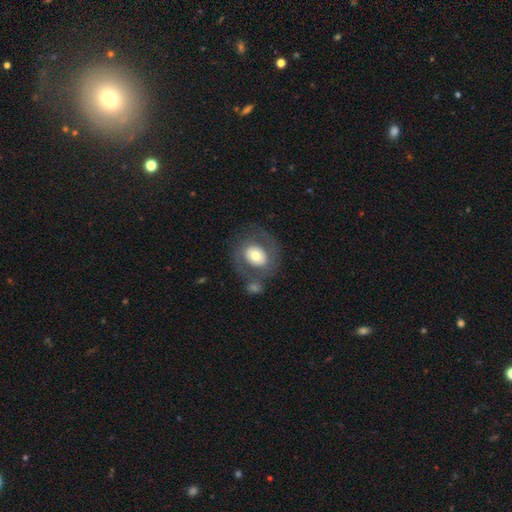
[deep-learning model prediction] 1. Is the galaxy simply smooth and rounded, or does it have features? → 52% smooth, 41% featured or disk, 7% star or artifact.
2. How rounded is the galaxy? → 58% round, 40% in between, 1% cigar-shaped.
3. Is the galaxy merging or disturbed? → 62% none, 14% minor disturbance, 13% major disturbance, 11% merger.